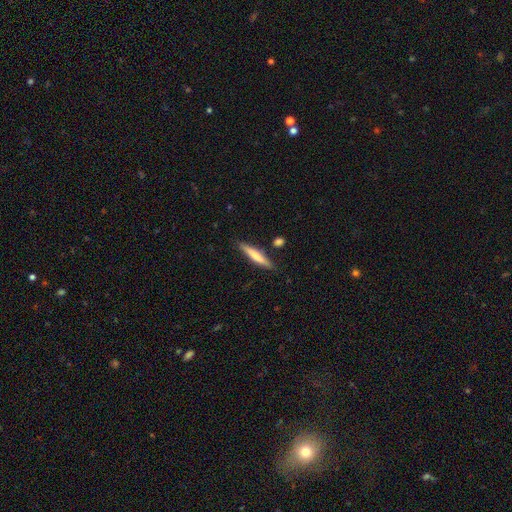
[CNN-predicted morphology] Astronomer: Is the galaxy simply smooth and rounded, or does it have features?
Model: smooth — 61%.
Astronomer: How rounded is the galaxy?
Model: cigar-shaped — 91%.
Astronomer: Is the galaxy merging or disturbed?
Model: none — 85%.